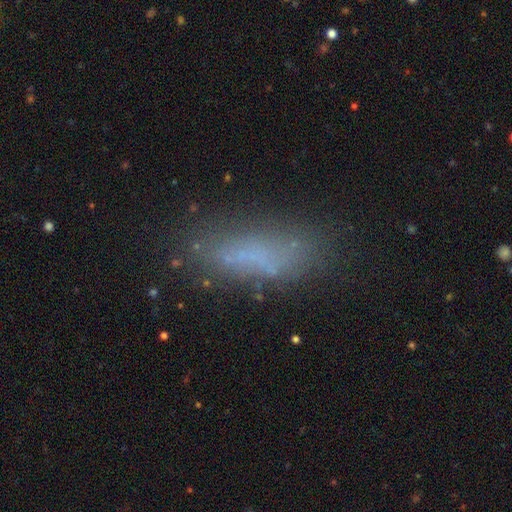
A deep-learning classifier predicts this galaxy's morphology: Smooth or featured? Predicted: smooth (p=0.60). How rounded? Predicted: cigar-shaped (p=0.49). Merging? Predicted: none (p=0.64).